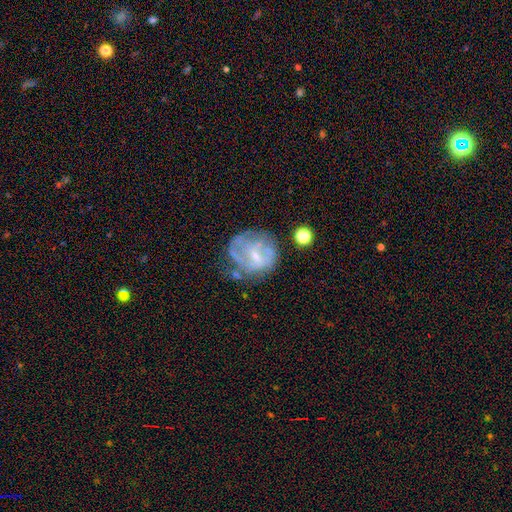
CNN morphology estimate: A featured or disk galaxy (66%) with no bar (51%), spiral arms (54%) and a small central bulge (56%).

Vote fractions:
- Smooth or featured? featured or disk: 66% / smooth: 24% / star or artifact: 10%
- Edge-on disk? no: 98% / yes: 2%
- Bar? no: 51% / weak: 41% / strong: 9%
- Spiral arms? yes: 54% / no: 46%
- Bulge size? small: 56% / moderate: 26% / none: 15% / large: 2% / dominant: 1%
- Merging? none: 49% / minor disturbance: 23% / major disturbance: 22% / merger: 7%